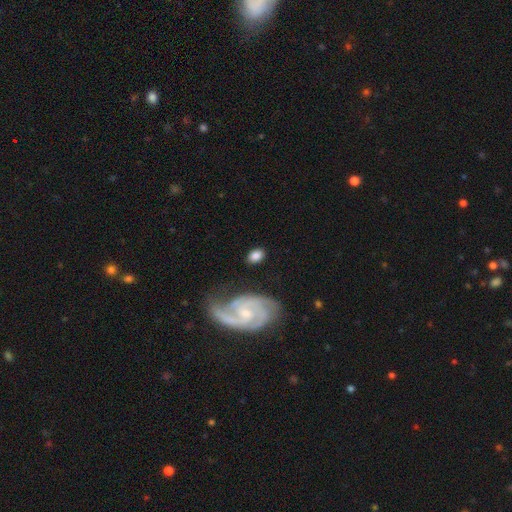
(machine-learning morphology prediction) type=smooth (69%); roundness=in between (80%); merging=none (76%).